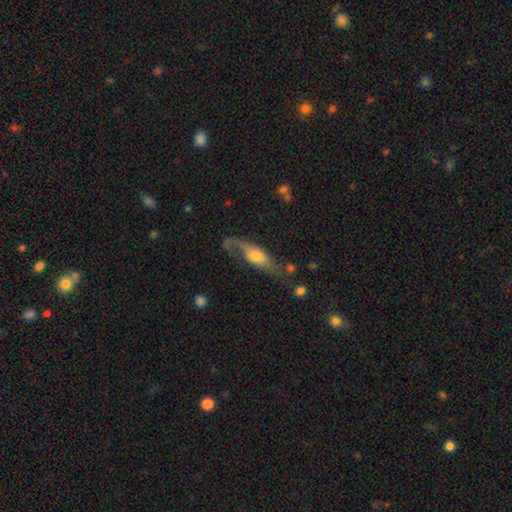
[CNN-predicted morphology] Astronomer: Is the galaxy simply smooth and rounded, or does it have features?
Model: featured or disk — 61%.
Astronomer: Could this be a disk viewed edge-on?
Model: no — 71%.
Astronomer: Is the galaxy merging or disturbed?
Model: none — 45% (runner-up: major disturbance, 28%).